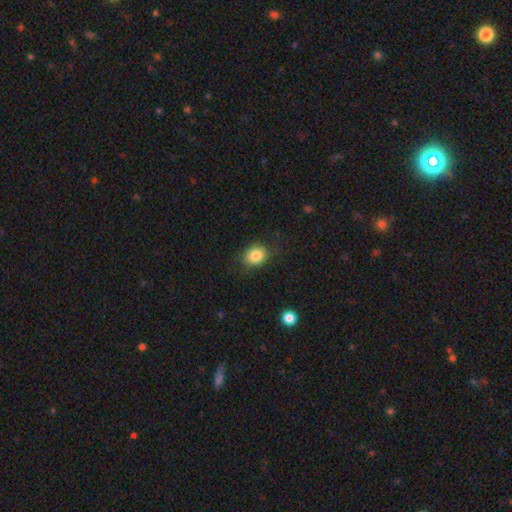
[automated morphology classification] smooth 85%, star or artifact 9%, featured or disk 6%. Down the decision tree: how rounded — round (52%); merging — none (79%).